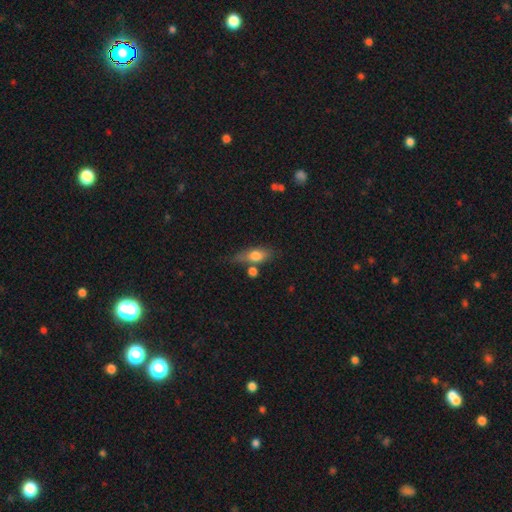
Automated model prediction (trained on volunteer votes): A smooth galaxy with no disk features (71%) that is in between round and cigar-shaped (70%). Merging: none (51%).